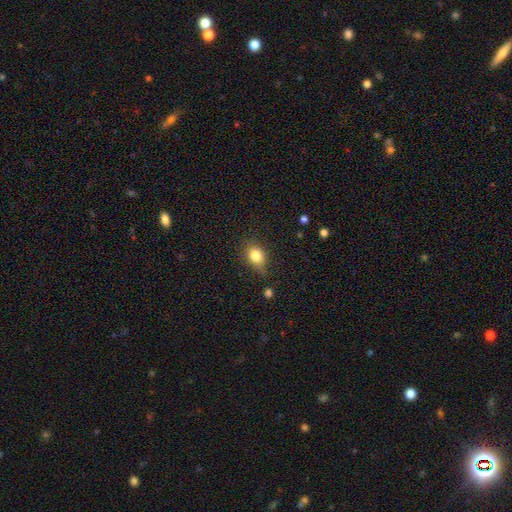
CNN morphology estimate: type=smooth (80%); roundness=in between (53%); merging=none (63%).